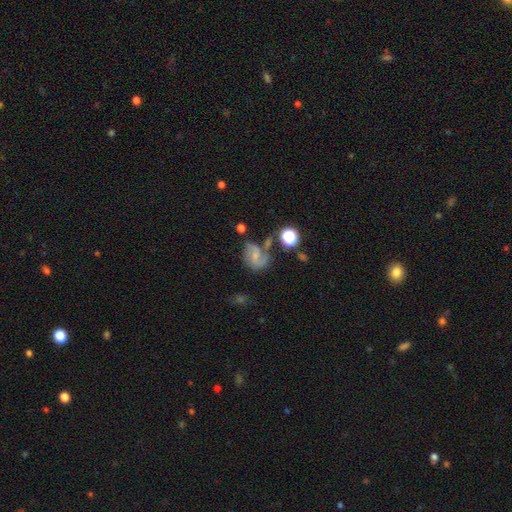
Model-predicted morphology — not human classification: Overall: featured or disk (68%). Edge-on disk: no (98%). Bar: weak (48%; no 39%). Spiral arms: yes (91%). Spiral arm count: 2 (76%). Spiral winding: medium (48%; loose 33%). Bulge size: small (58%; moderate 25%). Merging: none (47%; minor disturbance 23%).